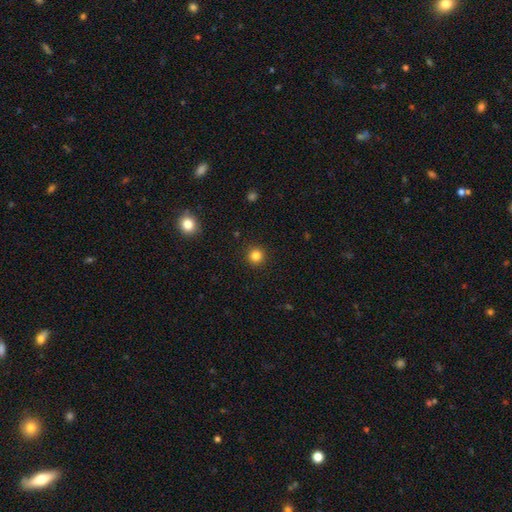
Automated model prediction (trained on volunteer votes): The model was most divided on "smooth or featured": smooth: 83%, star or artifact: 12%, featured or disk: 5%. More confident: how rounded — round (95%); merging — none (92%).